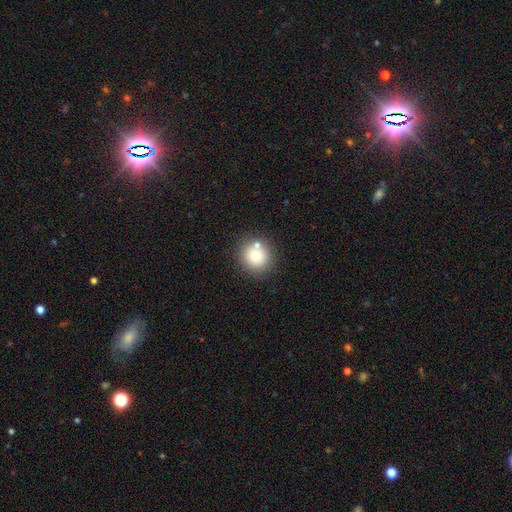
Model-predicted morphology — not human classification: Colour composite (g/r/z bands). It shows a smooth galaxy with no disk features (76%) that is round (88%). Merging: none (73%).